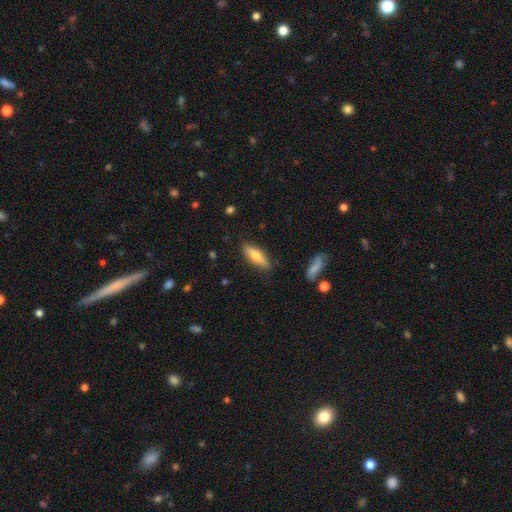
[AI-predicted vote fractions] Smooth or featured? Predicted: smooth (p=0.66). How rounded? Predicted: cigar-shaped (p=0.52). Merging? Predicted: none (p=0.83).